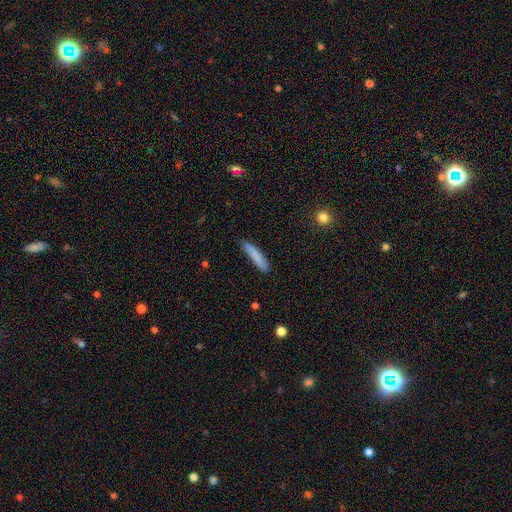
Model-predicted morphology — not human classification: Smooth or featured?
  - smooth: 82% *
  - featured or disk: 12%
  - star or artifact: 6%
How rounded?
  - cigar-shaped: 92% *
  - in between: 7%
  - round: 1%
Merging?
  - none: 85% *
  - minor disturbance: 12%
  - major disturbance: 2%
  - merger: 1%